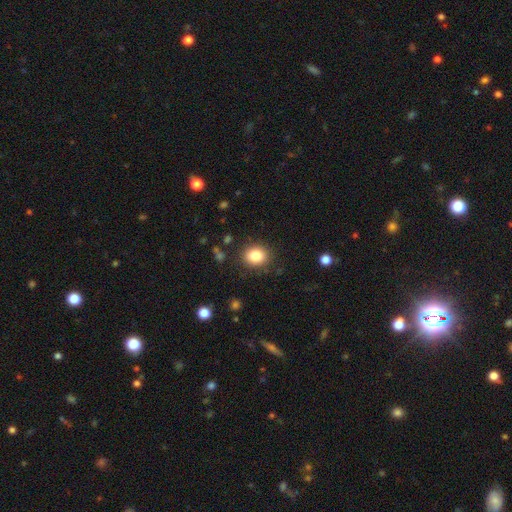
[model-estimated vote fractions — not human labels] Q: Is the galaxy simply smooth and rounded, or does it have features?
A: smooth — 84%.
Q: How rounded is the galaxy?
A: round — 62%.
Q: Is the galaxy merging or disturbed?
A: none — 87%.